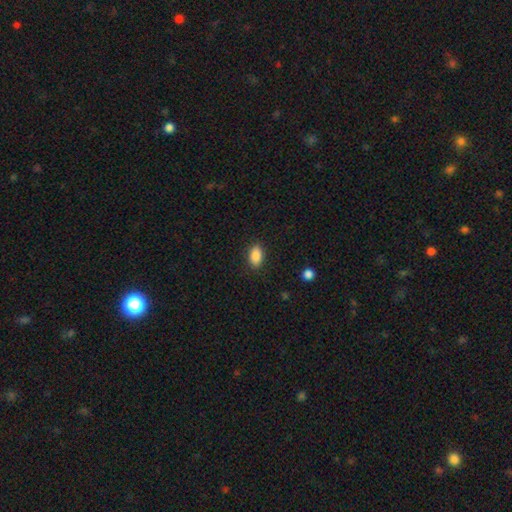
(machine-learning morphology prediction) Smooth or featured? smooth (88%)
How rounded? in between (91%)
Merging? none (87%)